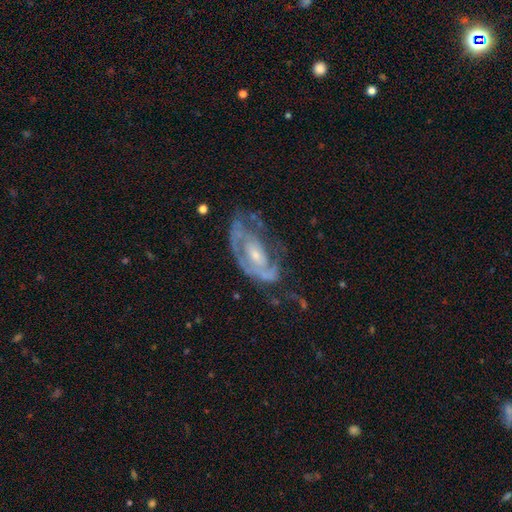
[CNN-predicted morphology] featured or disk 80%, smooth 14%, star or artifact 6%. Down the decision tree: edge-on disk — no (94%); bar — no (66%); spiral arms — yes (78%); spiral arm count — can't tell (33%, tied with 2); spiral winding — tight (53%); bulge size — small (59%); merging — none (42%).